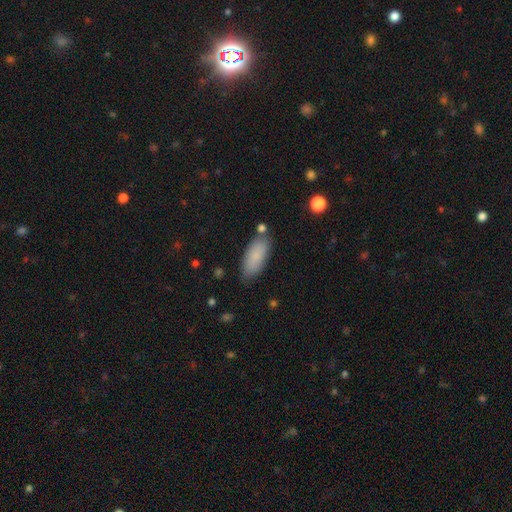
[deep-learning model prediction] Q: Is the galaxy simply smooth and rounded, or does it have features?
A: smooth — 84%.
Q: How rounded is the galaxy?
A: in between — 80%.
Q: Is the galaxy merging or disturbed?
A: none — 77%.